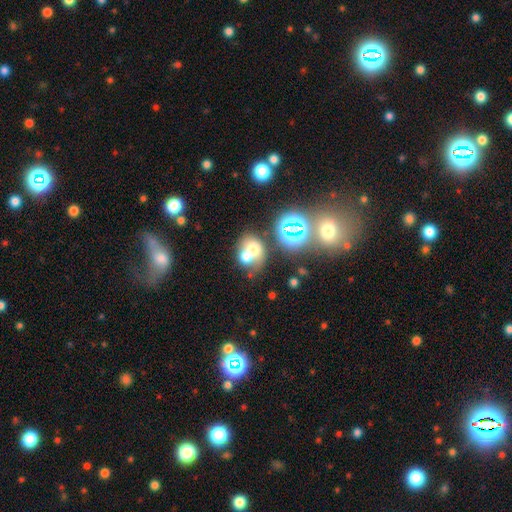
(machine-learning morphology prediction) smooth-or-featured: smooth: 55% | featured or disk: 23% | star or artifact: 22%
  how-rounded: round: 57% | in between: 42% | cigar-shaped: 1%
  merging: merger: 55% | none: 31% | minor disturbance: 9% | major disturbance: 5%